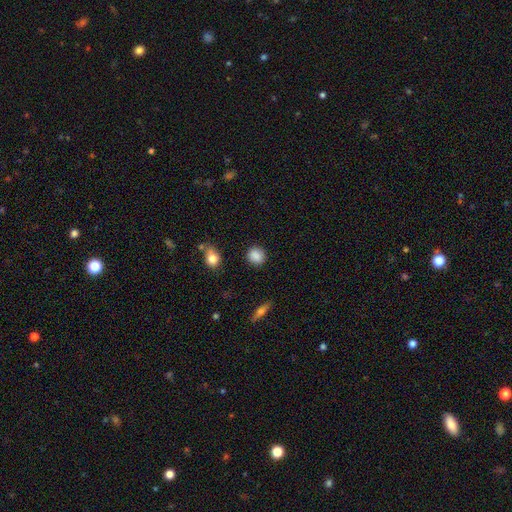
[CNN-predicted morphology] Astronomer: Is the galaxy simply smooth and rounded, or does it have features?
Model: smooth — 87%.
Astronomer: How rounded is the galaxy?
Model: round — 81%.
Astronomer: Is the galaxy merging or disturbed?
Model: none — 87%.